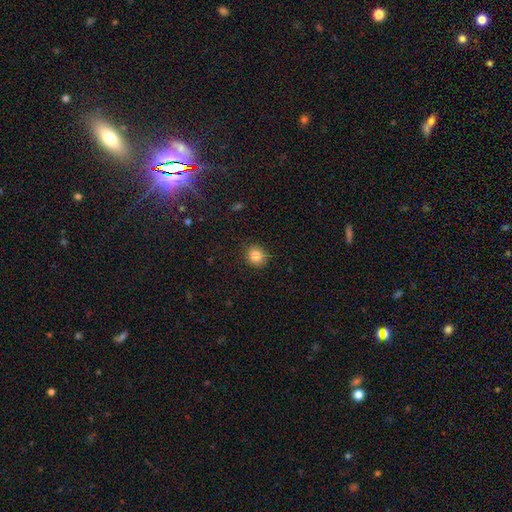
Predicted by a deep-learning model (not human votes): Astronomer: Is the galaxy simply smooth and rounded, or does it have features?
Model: smooth — 85%.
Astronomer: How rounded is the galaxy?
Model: round — 87%.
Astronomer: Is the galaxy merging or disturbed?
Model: none — 90%.